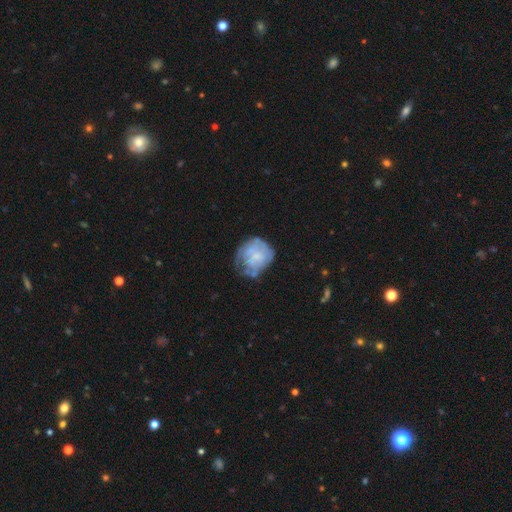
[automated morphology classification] Smooth or featured?
  - featured or disk: 56% *
  - smooth: 36%
  - star or artifact: 8%
Edge-on disk?
  - no: 98% *
  - yes: 2%
Bar?
  - no: 79% *
  - weak: 17%
  - strong: 3%
Spiral arms?
  - no: 56% *
  - yes: 44%
Bulge size?
  - none: 45% *
  - small: 31%
  - moderate: 19%
  - large: 4%
  - dominant: 1%
Merging?
  - none: 46% *
  - minor disturbance: 30%
  - major disturbance: 20%
  - merger: 4%